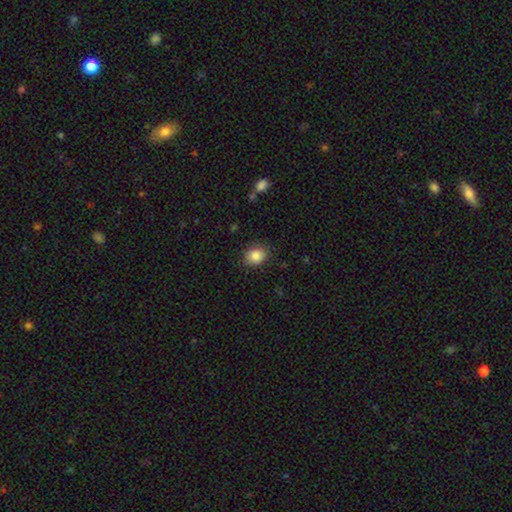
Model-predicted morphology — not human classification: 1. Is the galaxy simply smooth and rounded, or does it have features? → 87% smooth, 9% star or artifact, 4% featured or disk.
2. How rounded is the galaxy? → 55% round, 44% in between, 1% cigar-shaped.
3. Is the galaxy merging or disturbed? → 84% none, 12% minor disturbance, 3% major disturbance, 1% merger.